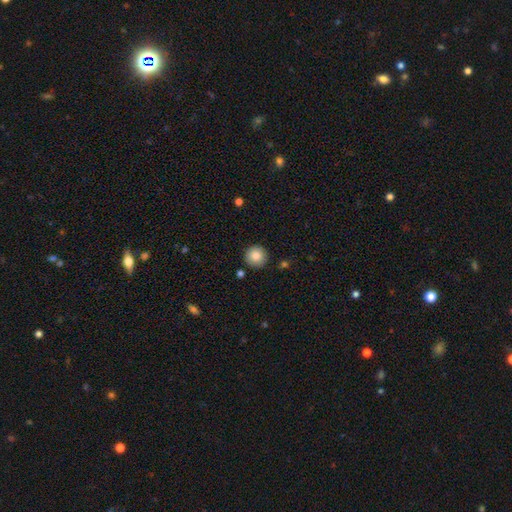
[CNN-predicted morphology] smooth_or_featured: smooth (p=0.85) [alt: star or artifact p=0.08]
how_rounded: round (p=0.96) [alt: in between p=0.03]
merging: none (p=0.89) [alt: minor disturbance p=0.07]